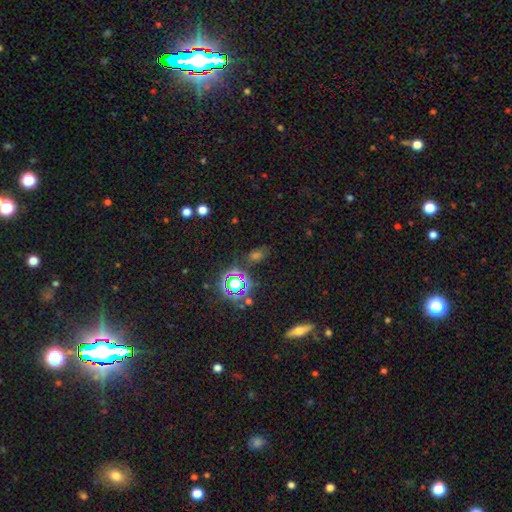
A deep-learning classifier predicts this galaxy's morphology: smooth_or_featured: star or artifact (p=0.52) [alt: smooth p=0.37]